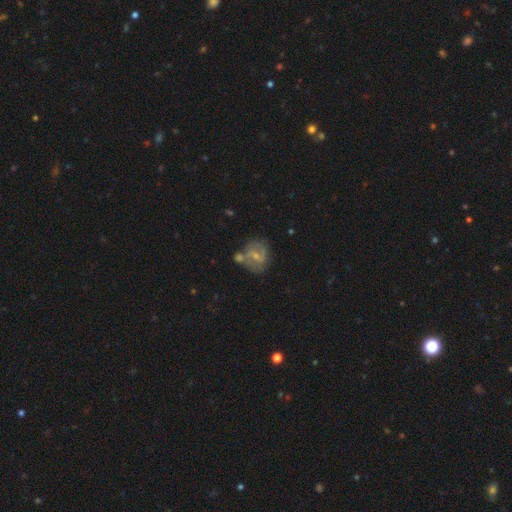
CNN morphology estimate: Smooth or featured: featured or disk — 68% (smooth — 24%)
Edge-on disk: no — 97% (yes — 3%)
Bar: weak — 56% (no — 26%)
Spiral arms: yes — 84% (no — 16%)
Spiral winding: medium — 50% (tight — 25%)
Spiral arm count: 2 — 77% (can't tell — 13%)
Bulge size: small — 55% (moderate — 34%)
Merging: none — 48% (merger — 24%)